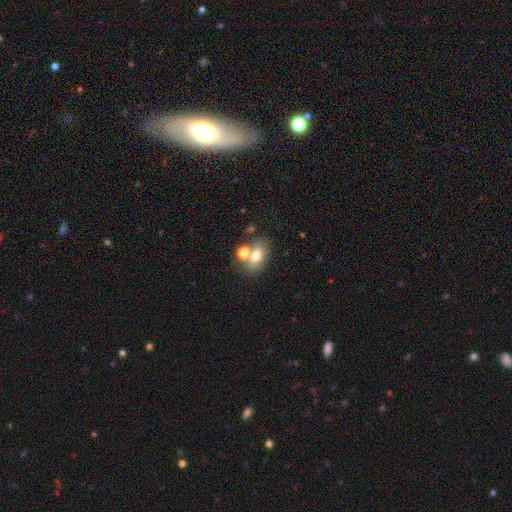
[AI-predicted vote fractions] smooth_or_featured: smooth (p=0.69) [alt: featured or disk p=0.18]
how_rounded: in between (p=0.76) [alt: round p=0.22]
merging: none (p=0.53) [alt: merger p=0.30]